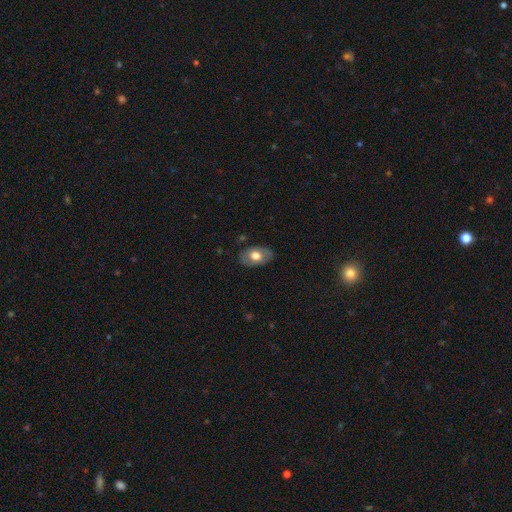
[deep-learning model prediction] Smooth or featured?
  - smooth: 62% *
  - featured or disk: 32%
  - star or artifact: 7%
How rounded?
  - in between: 87% *
  - round: 12%
  - cigar-shaped: 1%
Merging?
  - none: 82% *
  - minor disturbance: 14%
  - major disturbance: 3%
  - merger: 1%